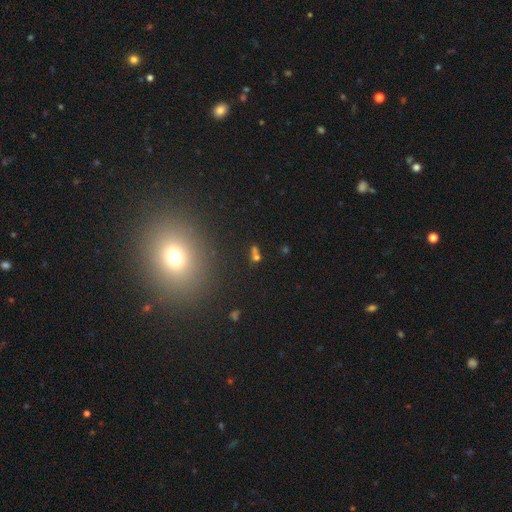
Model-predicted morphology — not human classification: Overall: smooth (53%; star or artifact 33%). How rounded: in between (50%; round 40%). Merging: none (46%; merger 35%).